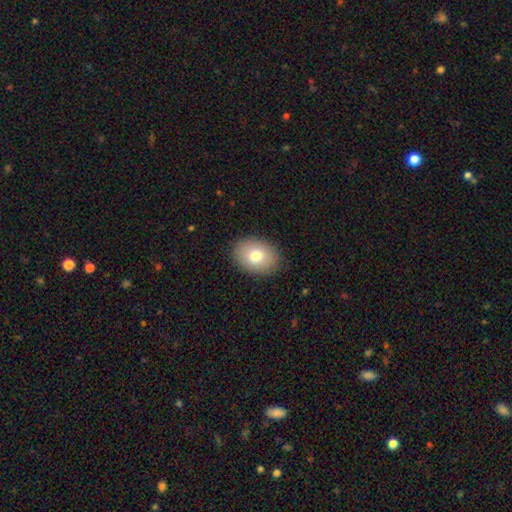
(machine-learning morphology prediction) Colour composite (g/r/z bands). It shows a smooth galaxy with no disk features (77%) that is in between round and cigar-shaped (70%). Merging: none (89%).